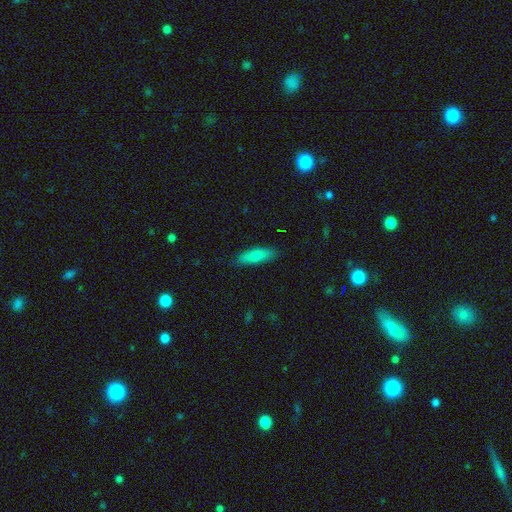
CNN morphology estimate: This is likely a smooth galaxy (79%). How rounded: possibly in between (54%). Merging: clearly none (85%).